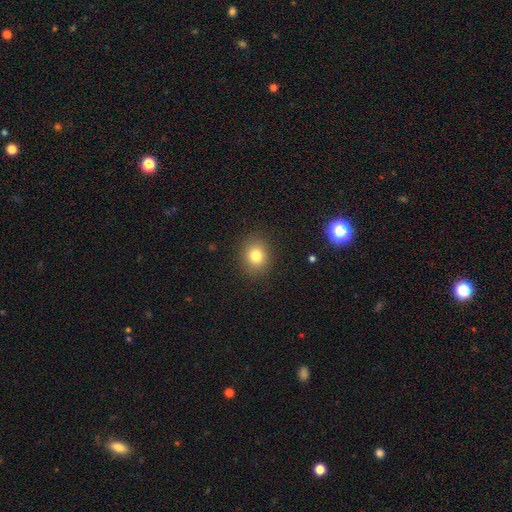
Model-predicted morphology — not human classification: A smooth galaxy with no disk features (80%) that is round (66%). Merging: none (88%).